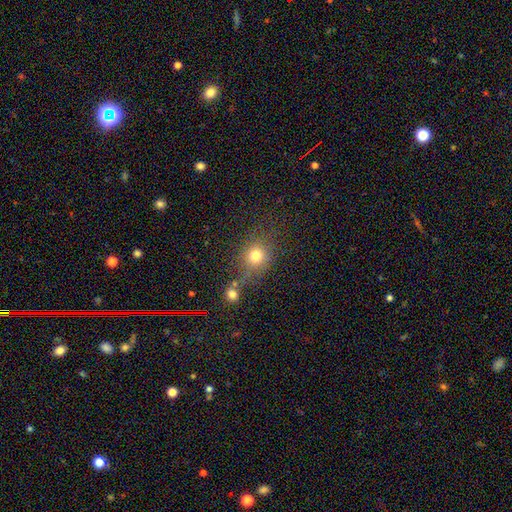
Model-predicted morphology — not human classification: Smooth or featured?
  - smooth: 75% *
  - star or artifact: 16%
  - featured or disk: 9%
How rounded?
  - round: 77% *
  - in between: 22%
  - cigar-shaped: 1%
Merging?
  - none: 68% *
  - minor disturbance: 13%
  - merger: 12%
  - major disturbance: 7%